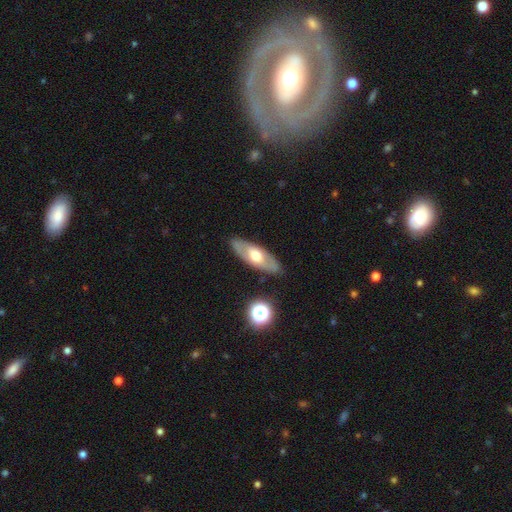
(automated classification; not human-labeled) Smooth or featured?
  - featured or disk: 52% *
  - smooth: 42%
  - star or artifact: 6%
Edge-on disk?
  - no: 70% *
  - yes: 30%
Merging?
  - none: 85% *
  - minor disturbance: 11%
  - major disturbance: 3%
  - merger: 2%